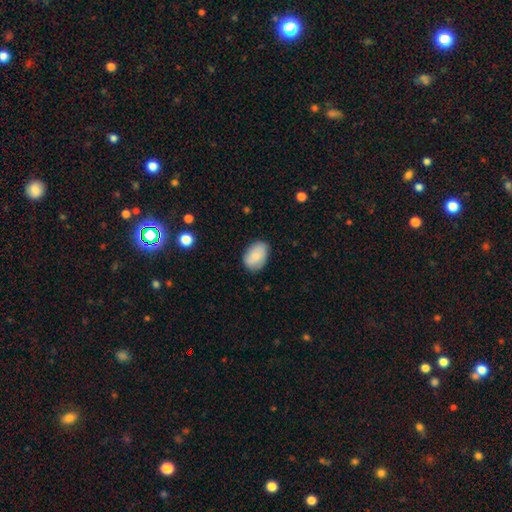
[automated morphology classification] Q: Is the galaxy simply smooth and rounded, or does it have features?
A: smooth — 82%.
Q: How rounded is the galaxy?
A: in between — 84%.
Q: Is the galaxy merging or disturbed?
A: none — 79%.